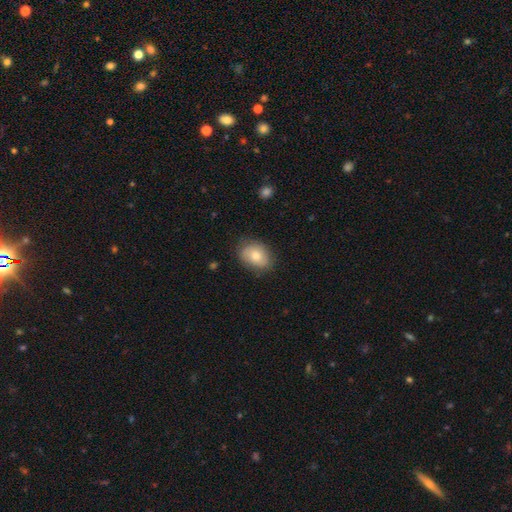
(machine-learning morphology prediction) Smooth or featured? Predicted: smooth (p=0.76). How rounded? Predicted: in between (p=0.72). Merging? Predicted: none (p=0.76).